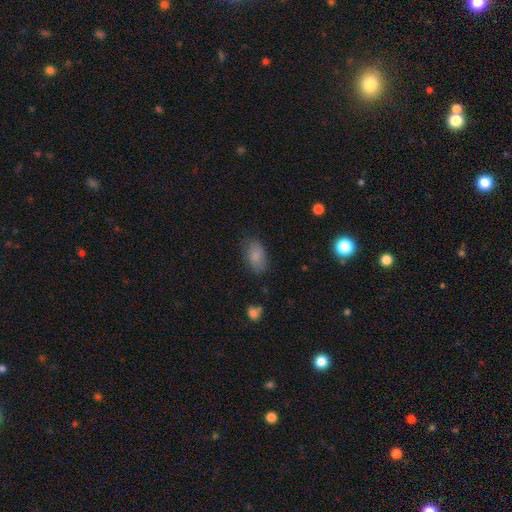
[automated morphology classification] This is clearly a smooth galaxy (84%). How rounded: clearly in between (91%). Merging: likely none (77%).